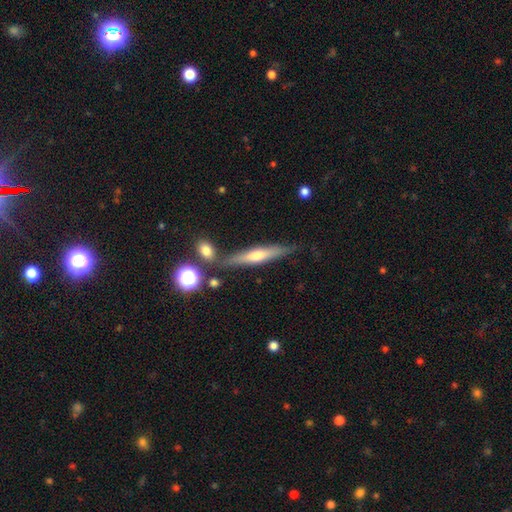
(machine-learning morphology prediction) A featured or disk galaxy (54%) viewed edge-on (93%) with a rounded central bulge (79%).

Vote fractions:
- Smooth or featured? featured or disk: 54% / smooth: 39% / star or artifact: 7%
- Edge-on disk? yes: 93% / no: 7%
- Edge-on bulge? rounded: 79% / boxy: 11% / none: 10%
- Merging? none: 75% / minor disturbance: 13% / merger: 8% / major disturbance: 3%